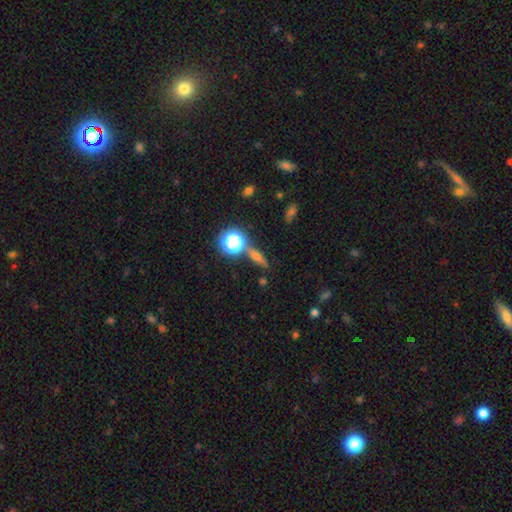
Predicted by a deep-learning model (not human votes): A smooth galaxy with no disk features (39%). Merging: none (81%).